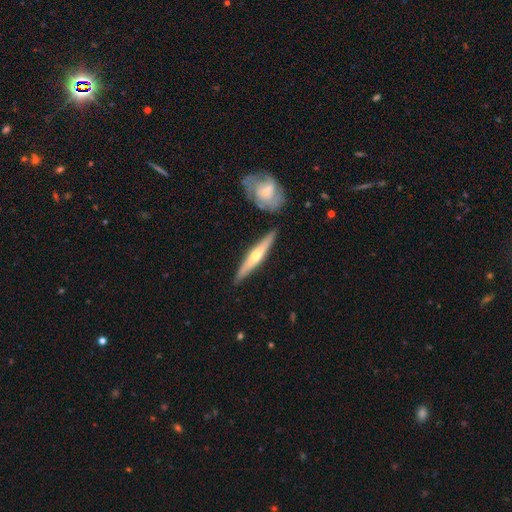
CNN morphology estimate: Smooth or featured: featured or disk — 59% (smooth — 36%)
Edge-on disk: yes — 93% (no — 7%)
Edge-on bulge: rounded — 82% (none — 14%)
Merging: none — 85% (minor disturbance — 9%)